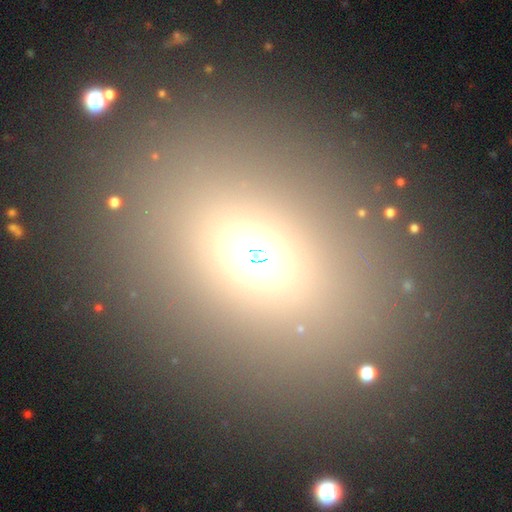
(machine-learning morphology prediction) Smooth or featured? Predicted: smooth (p=0.61). How rounded? Predicted: in between (p=0.60). Merging? Predicted: none (p=0.83).